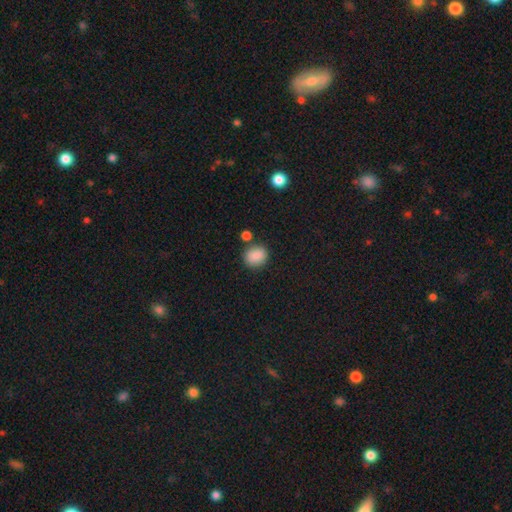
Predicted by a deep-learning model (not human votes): A smooth galaxy with no disk features (87%) that is round (72%).

Vote fractions:
- Smooth or featured? smooth: 87% / star or artifact: 9% / featured or disk: 5%
- How rounded? round: 72% / in between: 27% / cigar-shaped: 1%
- Merging? none: 76% / minor disturbance: 11% / merger: 10% / major disturbance: 3%